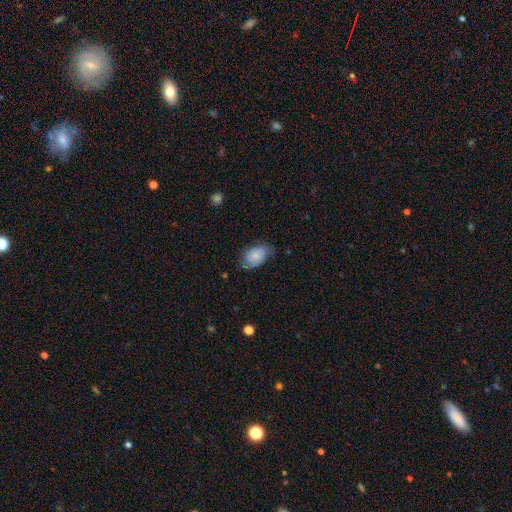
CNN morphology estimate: Smooth or featured: smooth — 58% (featured or disk — 34%)
How rounded: in between — 88% (round — 11%)
Merging: none — 59% (minor disturbance — 30%)